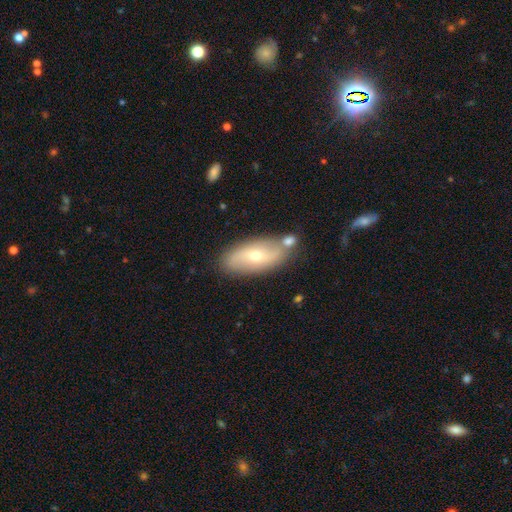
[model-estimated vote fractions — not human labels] Smooth or featured: featured or disk — 51% (smooth — 42%)
Edge-on disk: no — 84% (yes — 16%)
Merging: none — 71% (minor disturbance — 14%)